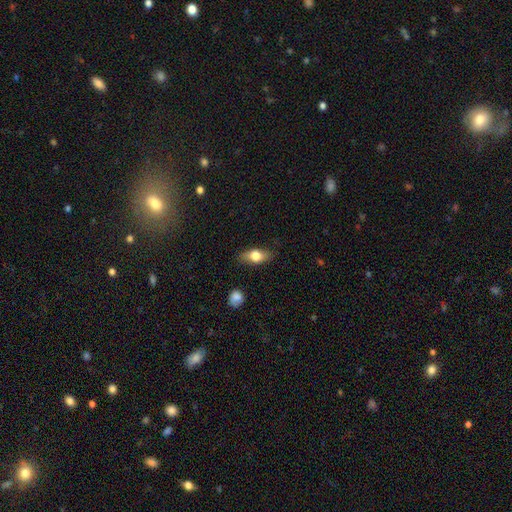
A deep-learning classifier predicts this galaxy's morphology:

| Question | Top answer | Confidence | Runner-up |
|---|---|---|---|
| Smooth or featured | smooth | 69% | featured or disk (24%) |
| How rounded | in between | 78% | cigar-shaped (14%) |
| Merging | none | 83% | minor disturbance (13%) |